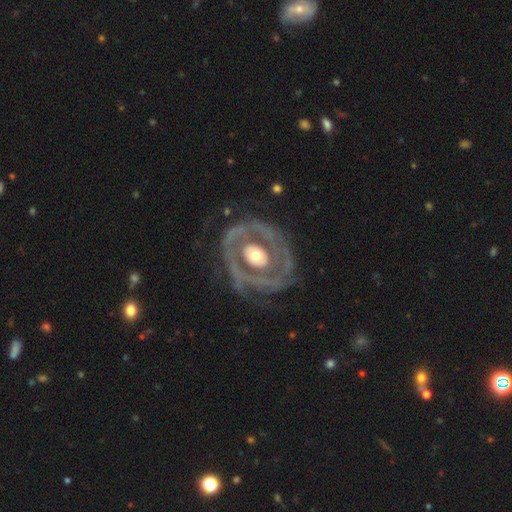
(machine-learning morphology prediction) Smooth or featured: featured or disk — 81% (smooth — 15%)
Edge-on disk: no — 96% (yes — 4%)
Bar: no — 80% (weak — 13%)
Spiral arms: yes — 58% (no — 42%)
Bulge size: moderate — 64% (large — 21%)
Merging: none — 62% (major disturbance — 18%)